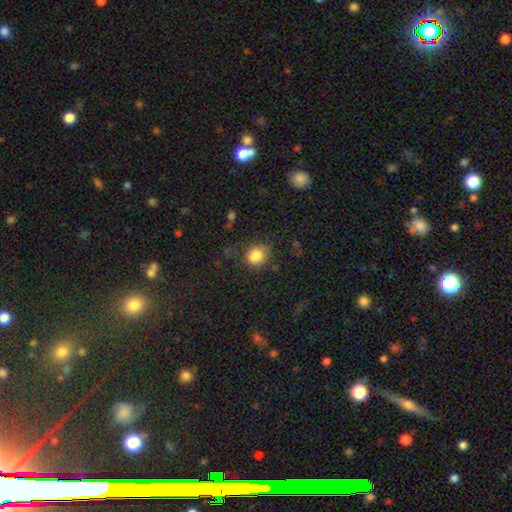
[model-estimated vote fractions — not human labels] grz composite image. It shows a smooth galaxy with no disk features (83%) that is round (65%). Merging: none (61%).